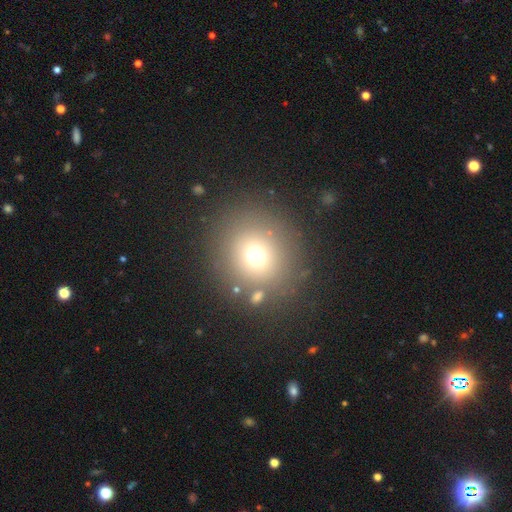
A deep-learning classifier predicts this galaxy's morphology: smooth 70%, star or artifact 19%, featured or disk 11%. Down the decision tree: how rounded — round (90%); merging — none (81%).